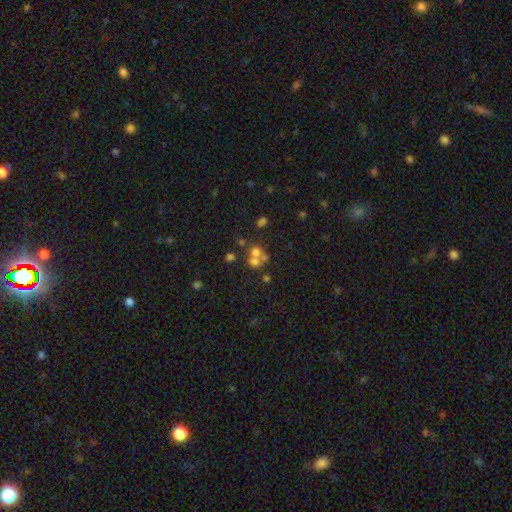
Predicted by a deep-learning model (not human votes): This appears to be a smooth galaxy with no disk features (58%) that is round (78%). Merging: merger (53%).